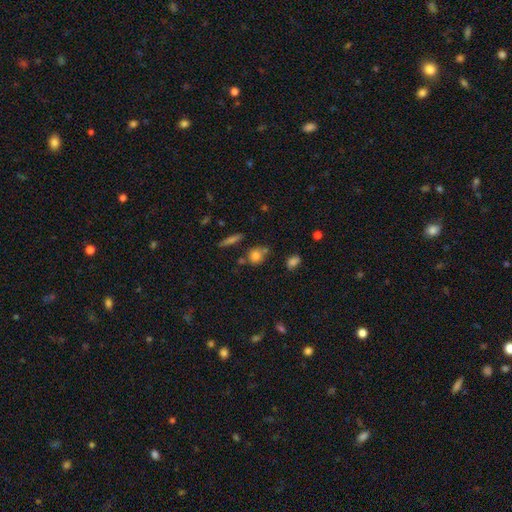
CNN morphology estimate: Smooth or featured: smooth — 78% (star or artifact — 12%)
How rounded: round — 78% (in between — 19%)
Merging: none — 65% (minor disturbance — 16%)